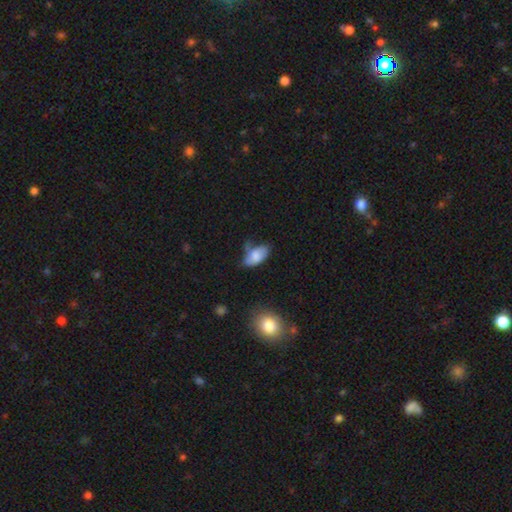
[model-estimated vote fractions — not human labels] smooth-or-featured: smooth: 75% | featured or disk: 17% | star or artifact: 8%
  how-rounded: in between: 93% | round: 4% | cigar-shaped: 3%
  merging: none: 41% | minor disturbance: 35% | major disturbance: 14% | merger: 10%